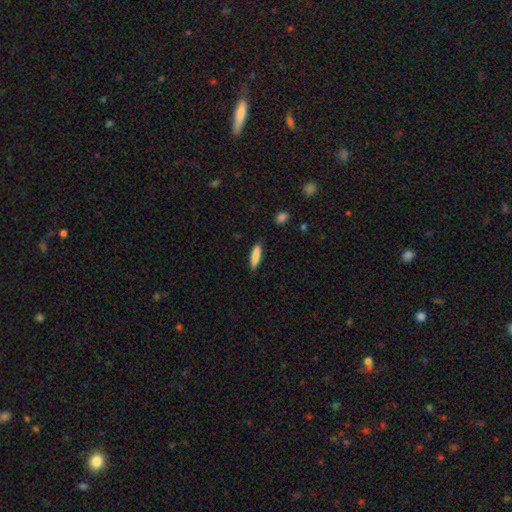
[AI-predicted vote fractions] Smooth or featured? smooth (84%)
How rounded? cigar-shaped (73%)
Merging? none (85%)